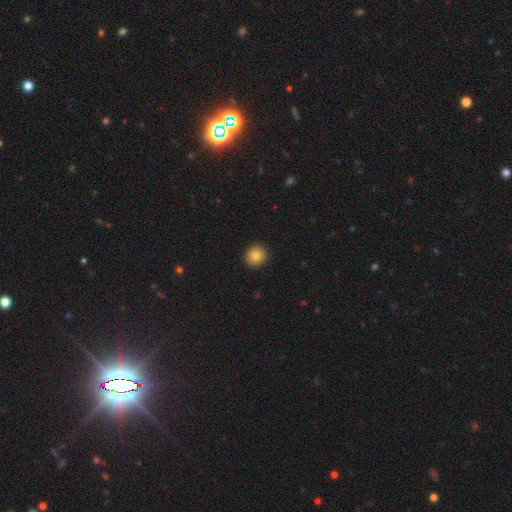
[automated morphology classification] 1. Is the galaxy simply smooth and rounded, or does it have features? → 79% smooth, 11% featured or disk, 10% star or artifact.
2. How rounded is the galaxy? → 88% round, 11% in between, 1% cigar-shaped.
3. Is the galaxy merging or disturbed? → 91% none, 6% minor disturbance, 2% major disturbance, 1% merger.